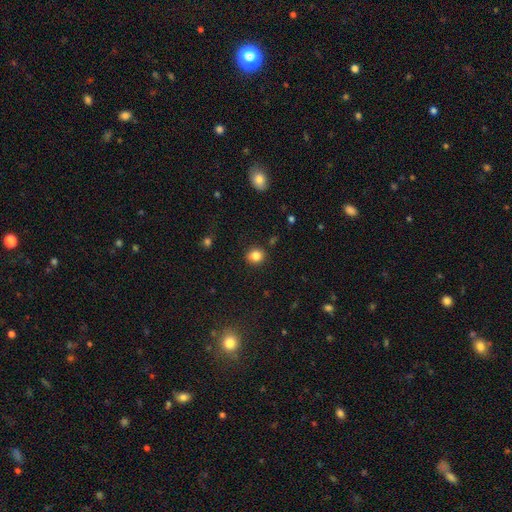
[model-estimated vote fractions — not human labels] Smooth or featured?
  - smooth: 83% *
  - star or artifact: 11%
  - featured or disk: 5%
How rounded?
  - round: 80% *
  - in between: 19%
  - cigar-shaped: 1%
Merging?
  - none: 89% *
  - minor disturbance: 7%
  - major disturbance: 2%
  - merger: 2%